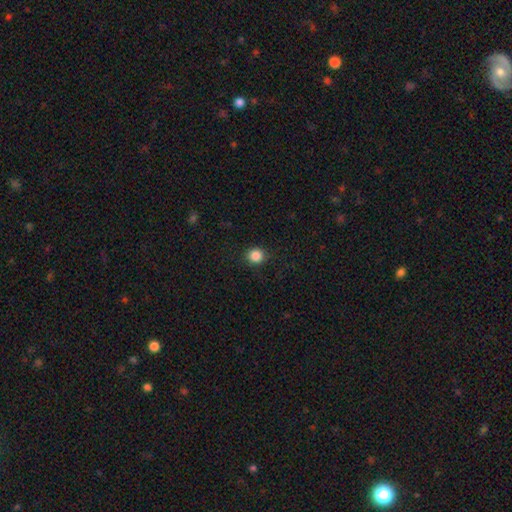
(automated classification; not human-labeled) A smooth galaxy with no disk features (86%) that is round (88%).

Vote fractions:
- Smooth or featured? smooth: 86% / star or artifact: 10% / featured or disk: 3%
- How rounded? round: 88% / in between: 11% / cigar-shaped: 1%
- Merging? none: 90% / minor disturbance: 7% / major disturbance: 2% / merger: 1%